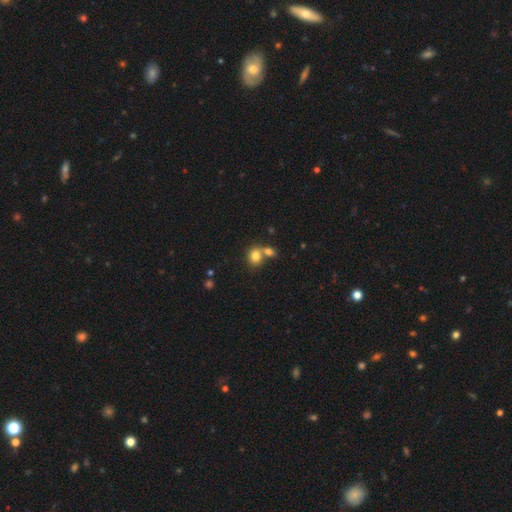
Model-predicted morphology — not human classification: This is clearly a smooth galaxy (80%). How rounded: likely round (63%). Merging: possibly merger (47%).